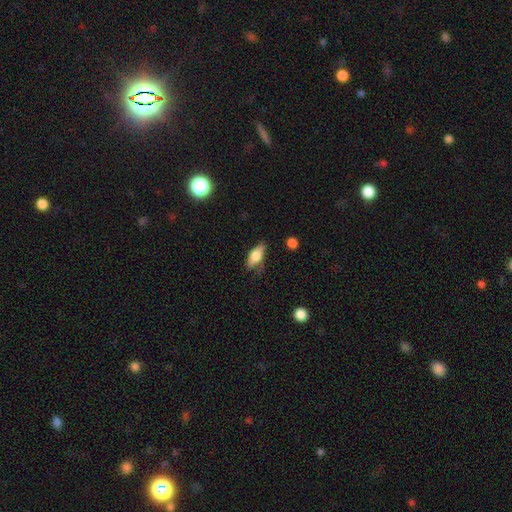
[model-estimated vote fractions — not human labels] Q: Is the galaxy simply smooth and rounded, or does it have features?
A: smooth — 69%.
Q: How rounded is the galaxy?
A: in between — 77%.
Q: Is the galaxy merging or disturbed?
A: none — 56%.